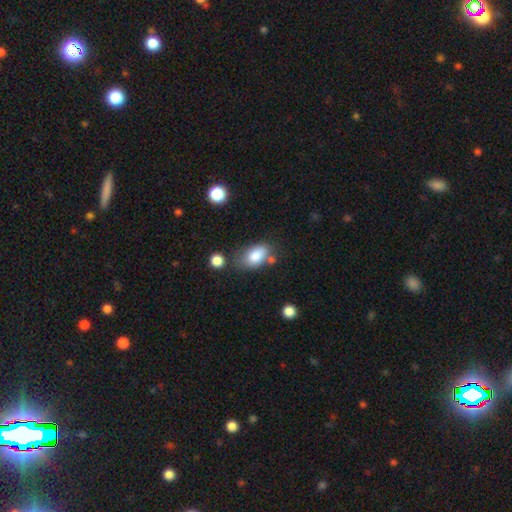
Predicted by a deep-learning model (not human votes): Smooth or featured? smooth (82%)
How rounded? in between (91%)
Merging? none (57%)